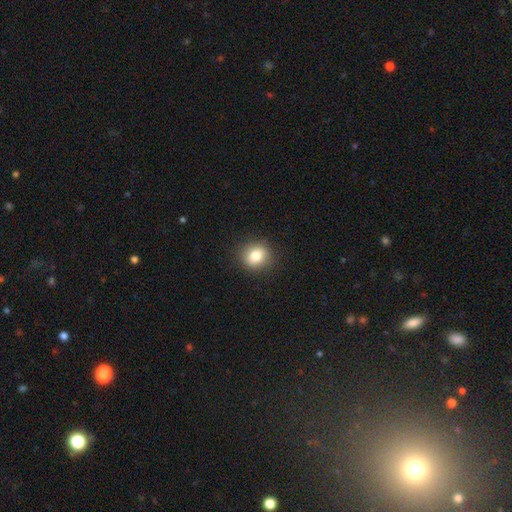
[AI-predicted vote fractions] Q: Smooth or featured?
A: smooth (82%); runner-up: star or artifact (11%)
Q: How rounded?
A: round (77%); runner-up: in between (22%)
Q: Merging?
A: none (88%); runner-up: minor disturbance (8%)